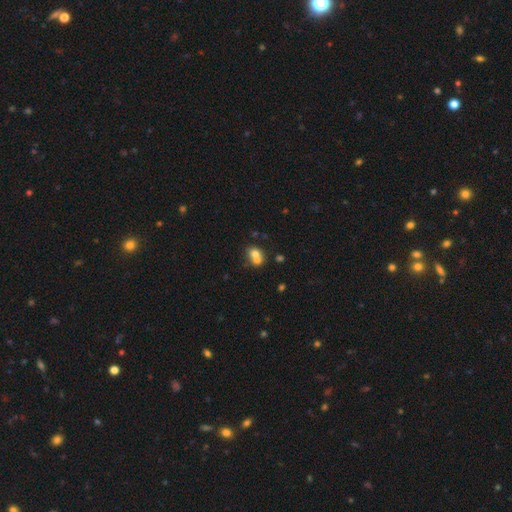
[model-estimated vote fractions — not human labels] Morphology: type=smooth (69%); roundness=round (58%); merging=merger (62%).